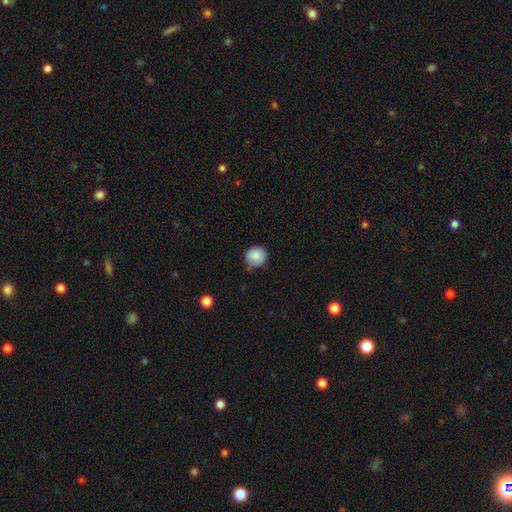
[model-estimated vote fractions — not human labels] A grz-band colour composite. It shows a smooth galaxy with no disk features (87%) that is round (90%). Merging: none (69%).